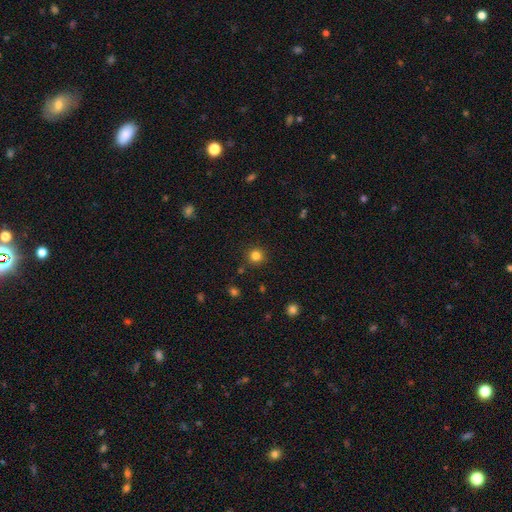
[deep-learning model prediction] Smooth or featured? smooth (82%)
How rounded? round (94%)
Merging? none (90%)